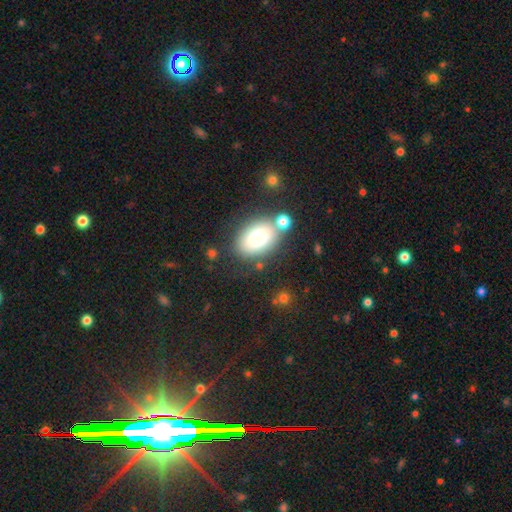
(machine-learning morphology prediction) smooth_or_featured: smooth (p=0.60) [alt: star or artifact p=0.29]
how_rounded: in between (p=0.72) [alt: round p=0.26]
merging: none (p=0.80) [alt: minor disturbance p=0.11]